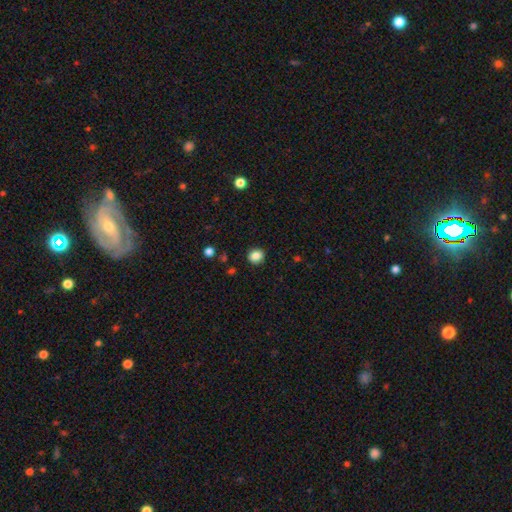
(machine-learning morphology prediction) Smooth or featured? Predicted: smooth (p=0.86). How rounded? Predicted: round (p=0.77). Merging? Predicted: none (p=0.89).